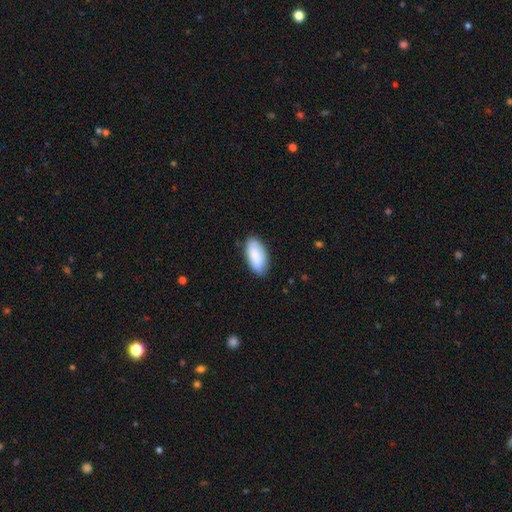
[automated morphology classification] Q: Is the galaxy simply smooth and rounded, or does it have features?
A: smooth — 84%.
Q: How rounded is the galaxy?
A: in between — 90%.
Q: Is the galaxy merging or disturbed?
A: none — 82%.